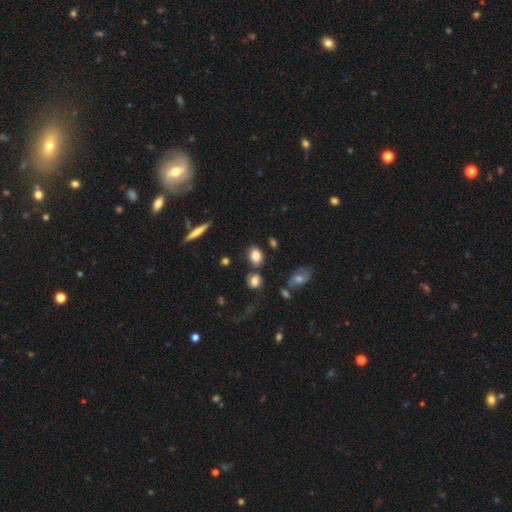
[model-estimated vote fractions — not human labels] This is clearly a smooth galaxy (80%). How rounded: likely in between (68%). Merging: likely none (74%).